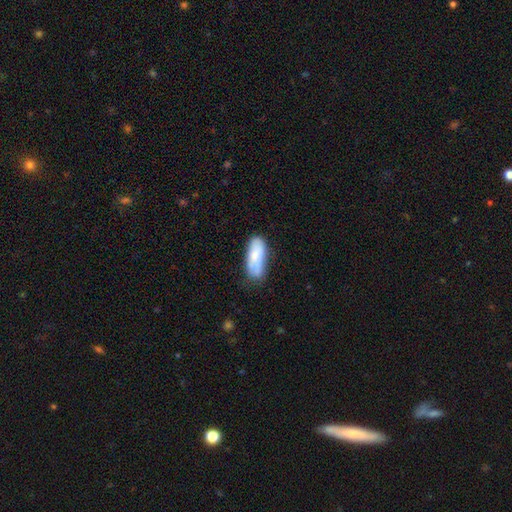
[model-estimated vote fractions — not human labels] Q: Smooth or featured?
A: smooth (75%); runner-up: featured or disk (18%)
Q: How rounded?
A: in between (75%); runner-up: cigar-shaped (23%)
Q: Merging?
A: none (58%); runner-up: minor disturbance (30%)